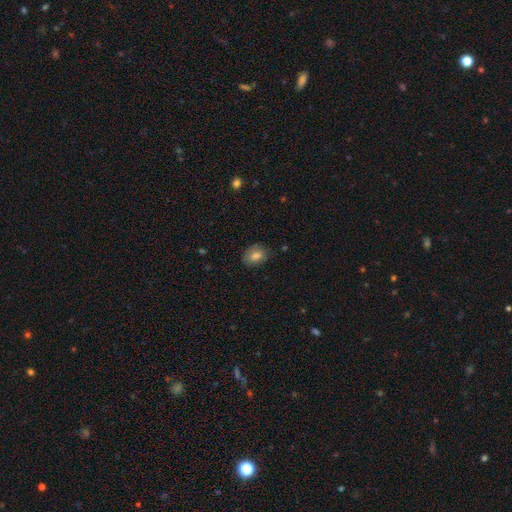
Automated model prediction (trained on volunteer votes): Overall: smooth (76%). How rounded: in between (74%). Merging: none (75%).